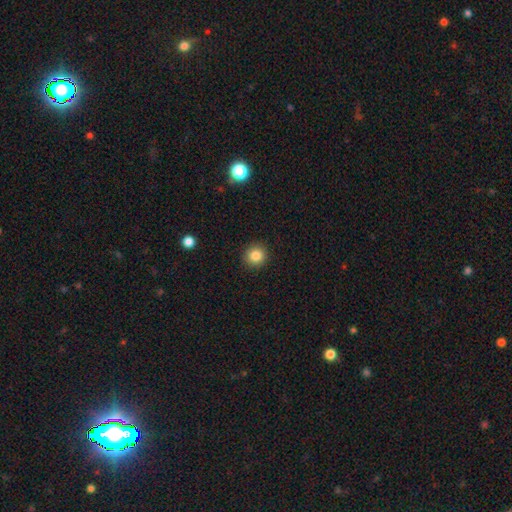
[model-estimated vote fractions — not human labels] This appears to be a smooth galaxy with no disk features (84%) that is round (92%). Merging: none (92%).